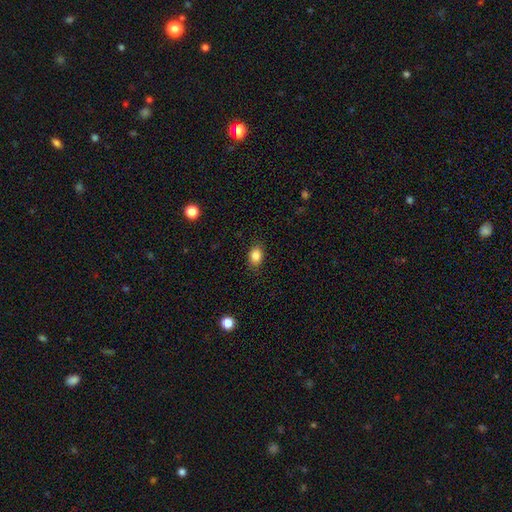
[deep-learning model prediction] smooth_or_featured: smooth (p=0.85) [alt: star or artifact p=0.10]
how_rounded: in between (p=0.72) [alt: round p=0.27]
merging: none (p=0.86) [alt: minor disturbance p=0.11]